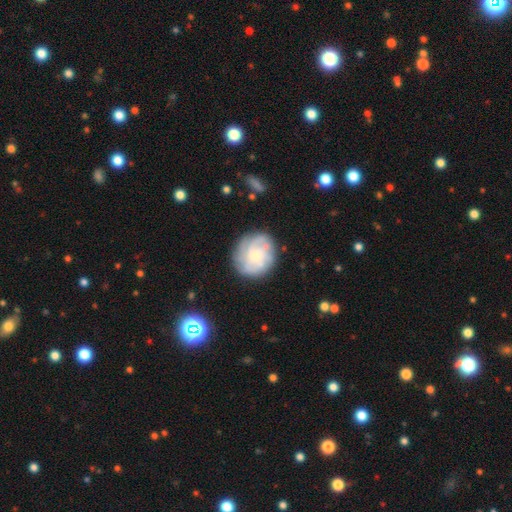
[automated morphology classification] type=featured or disk (58%); edge-on=no (98%); bar=no (81%); spiral arms=yes (71%); bulge=small (61%); merging=none (75%).